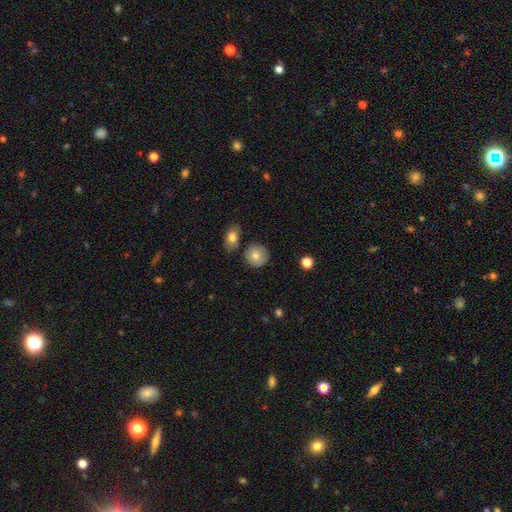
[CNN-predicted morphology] smooth_or_featured: smooth (p=0.76) [alt: featured or disk p=0.16]
how_rounded: round (p=0.89) [alt: in between p=0.10]
merging: none (p=0.77) [alt: minor disturbance p=0.13]